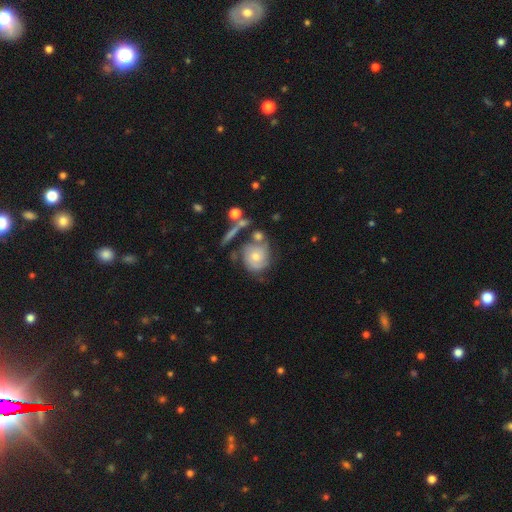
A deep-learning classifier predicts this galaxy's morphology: Smooth or featured? Predicted: featured or disk (p=0.64). Edge-on disk? Predicted: no (p=0.95). Bar? Predicted: no (p=0.81). Spiral arms? Predicted: yes (p=0.79). Bulge size? Predicted: moderate (p=0.56). Merging? Predicted: none (p=0.48).